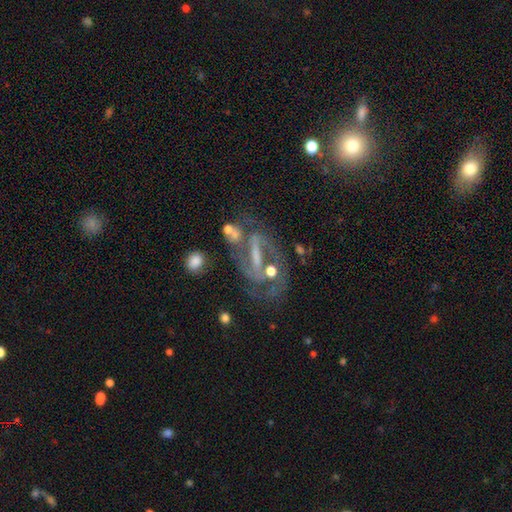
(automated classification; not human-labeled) Smooth or featured? Predicted: featured or disk (p=0.81). Edge-on disk? Predicted: no (p=0.93). Bar? Predicted: strong (p=0.56). Spiral arms? Predicted: yes (p=0.89). Spiral winding? Predicted: medium (p=0.50). Spiral arm count? Predicted: 2 (p=0.74). Bulge size? Predicted: small (p=0.45). Merging? Predicted: none (p=0.54).